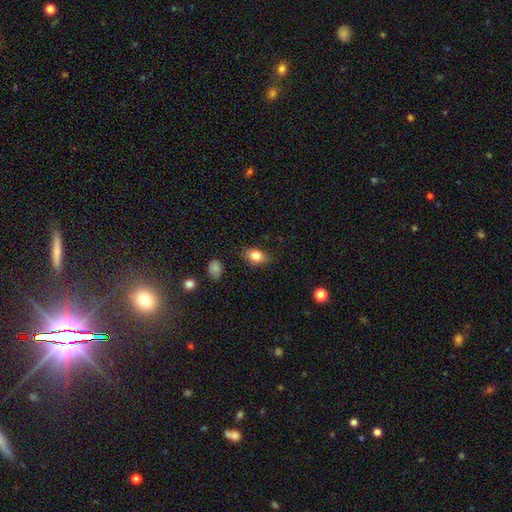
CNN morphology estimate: This is clearly a smooth galaxy (82%). How rounded: likely in between (79%). Merging: clearly none (81%).